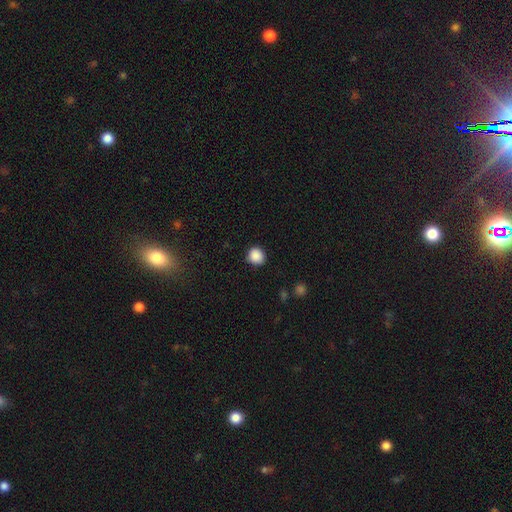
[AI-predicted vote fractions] A smooth galaxy with no disk features (88%) that is round (81%).

Vote fractions:
- Smooth or featured? smooth: 88% / star or artifact: 9% / featured or disk: 3%
- How rounded? round: 81% / in between: 18% / cigar-shaped: 1%
- Merging? none: 87% / minor disturbance: 9% / major disturbance: 3% / merger: 1%